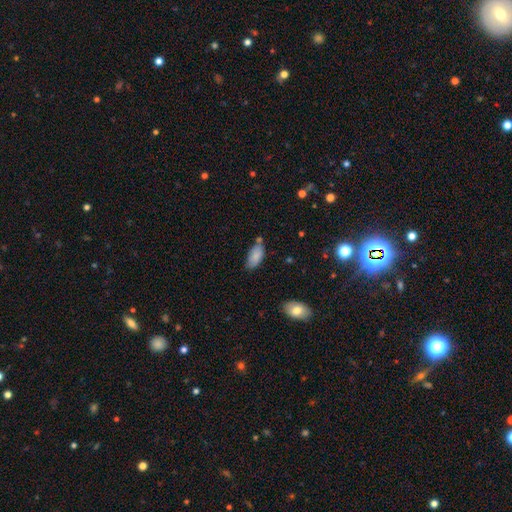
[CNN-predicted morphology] smooth_or_featured: smooth (p=0.84) [alt: featured or disk p=0.09]
how_rounded: in between (p=0.92) [alt: cigar-shaped p=0.06]
merging: none (p=0.58) [alt: minor disturbance p=0.26]